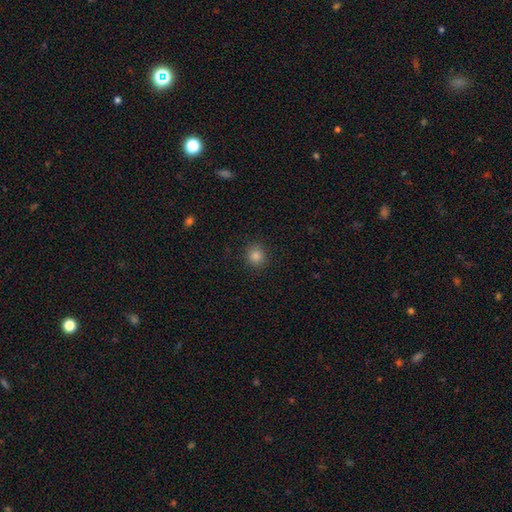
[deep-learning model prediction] smooth 83%, star or artifact 13%, featured or disk 4%. Down the decision tree: how rounded — round (90%); merging — none (91%).